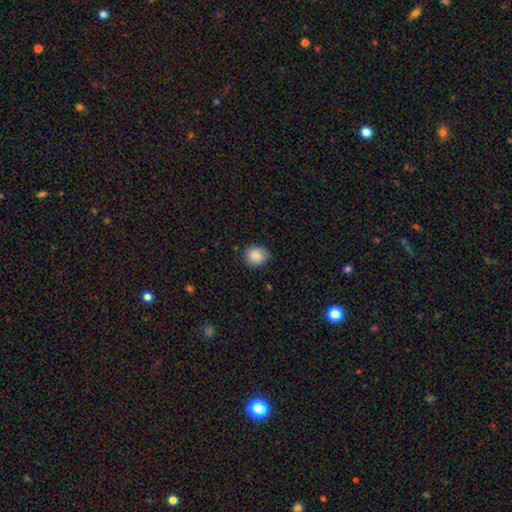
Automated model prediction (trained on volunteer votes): Smooth or featured?
  - smooth: 87% *
  - star or artifact: 8%
  - featured or disk: 5%
How rounded?
  - round: 72% *
  - in between: 27%
  - cigar-shaped: 1%
Merging?
  - none: 84% *
  - minor disturbance: 13%
  - major disturbance: 2%
  - merger: 1%